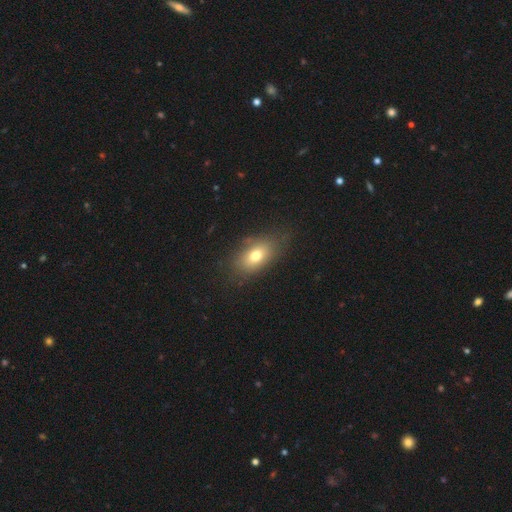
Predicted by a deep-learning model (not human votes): This appears to be a smooth galaxy with no disk features (74%) that is in between round and cigar-shaped (83%). Merging: none (73%).